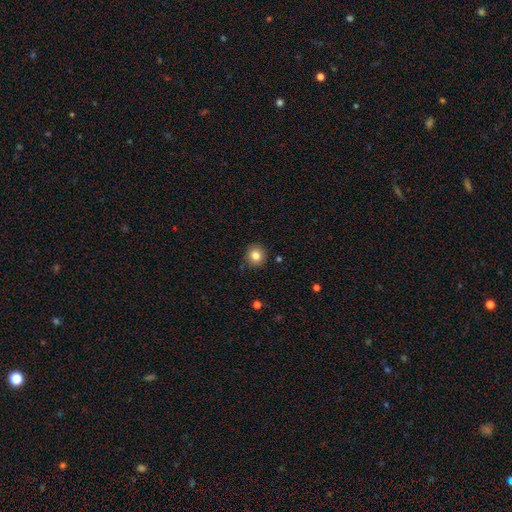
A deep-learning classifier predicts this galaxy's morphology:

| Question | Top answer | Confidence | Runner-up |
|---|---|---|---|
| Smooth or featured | smooth | 82% | star or artifact (11%) |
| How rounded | round | 90% | in between (10%) |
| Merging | none | 88% | minor disturbance (9%) |